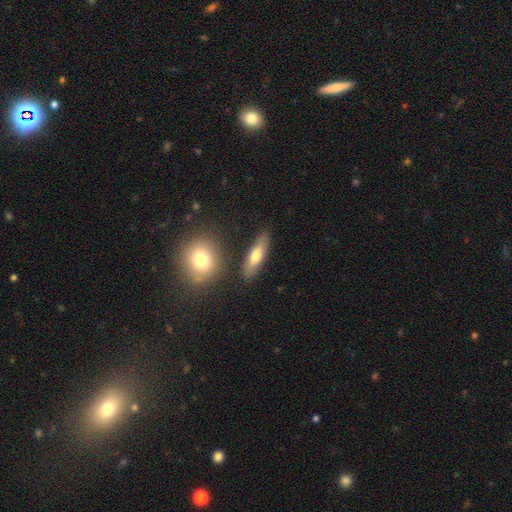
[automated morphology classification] Smooth or featured? Predicted: smooth (p=0.64). How rounded? Predicted: cigar-shaped (p=0.53). Merging? Predicted: none (p=0.83).